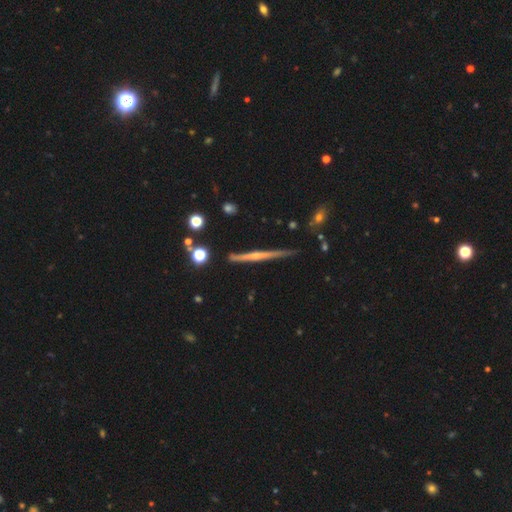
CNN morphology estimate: Q: Smooth or featured?
A: featured or disk (72%); runner-up: smooth (17%)
Q: Edge-on disk?
A: yes (96%); runner-up: no (4%)
Q: Edge-on bulge?
A: rounded (64%); runner-up: none (27%)
Q: Merging?
A: none (81%); runner-up: minor disturbance (10%)